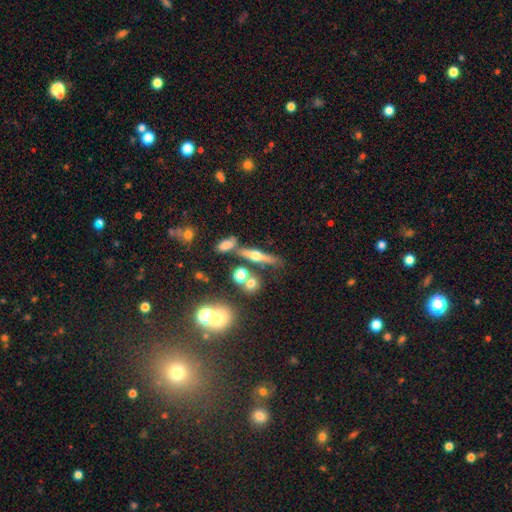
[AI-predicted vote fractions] smooth-or-featured: featured or disk: 53% | smooth: 36% | star or artifact: 11%
  disk-edge-on: yes: 87% | no: 13%
  merging: none: 65% | merger: 16% | minor disturbance: 13% | major disturbance: 5%